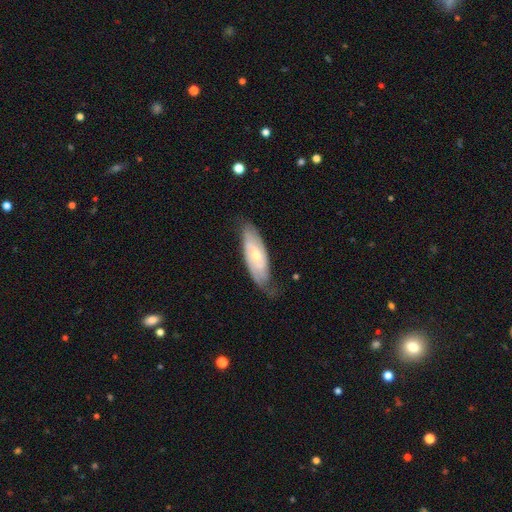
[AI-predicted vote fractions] A featured or disk galaxy (75%) with no bar (62%), 2 (55%) tight (56%) spiral arms (92%) and a small central bulge (54%). Merging: none (66%).